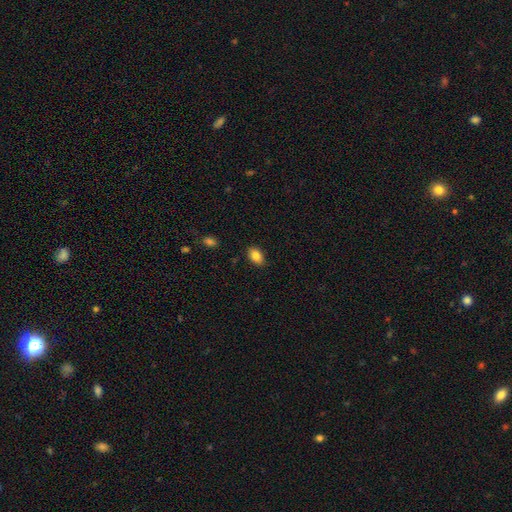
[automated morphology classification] Smooth or featured: smooth — 85% (star or artifact — 8%)
How rounded: in between — 87% (round — 12%)
Merging: none — 87% (minor disturbance — 9%)